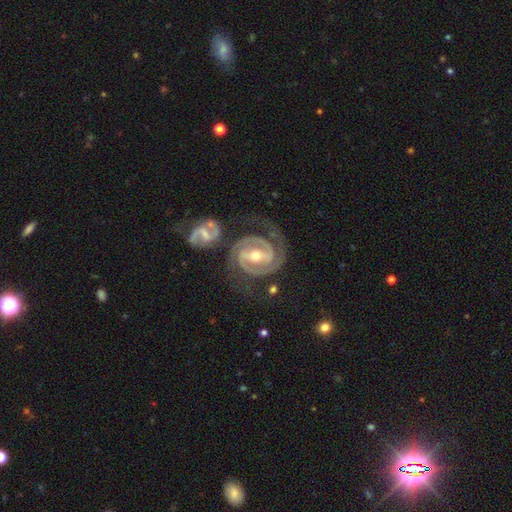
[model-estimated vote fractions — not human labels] featured or disk 93%, star or artifact 4%, smooth 3%. Down the decision tree: edge-on disk — no (97%); bar — strong (62%); spiral arms — yes (98%); spiral arm count — 2 (87%); spiral winding — tight (64%); bulge size — moderate (60%); merging — none (62%).